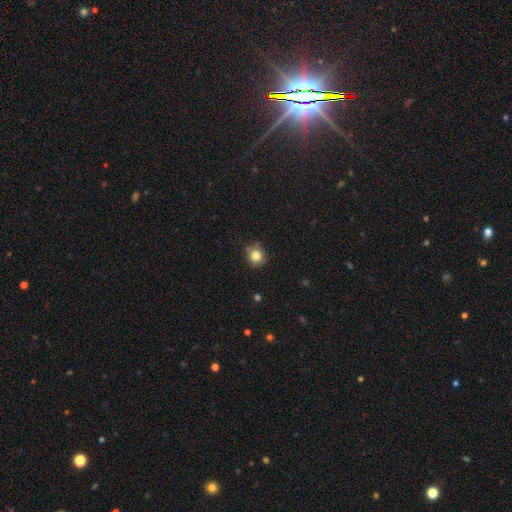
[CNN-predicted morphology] Q: Smooth or featured?
A: smooth (81%); runner-up: star or artifact (11%)
Q: How rounded?
A: round (80%); runner-up: in between (19%)
Q: Merging?
A: none (74%); runner-up: minor disturbance (19%)